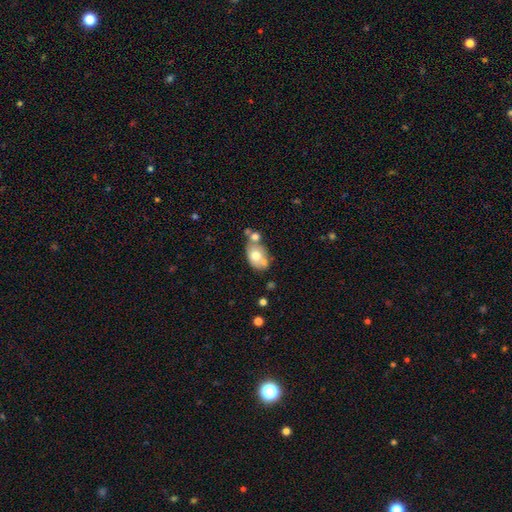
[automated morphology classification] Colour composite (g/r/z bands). It shows a smooth galaxy with no disk features (65%) that is in between round and cigar-shaped (81%). Merging: none (42%).